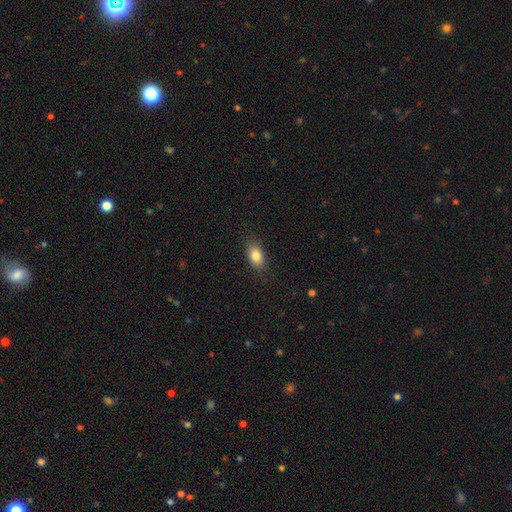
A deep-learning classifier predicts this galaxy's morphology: Smooth or featured: smooth — 84% (star or artifact — 8%)
How rounded: in between — 87% (round — 11%)
Merging: none — 84% (minor disturbance — 12%)